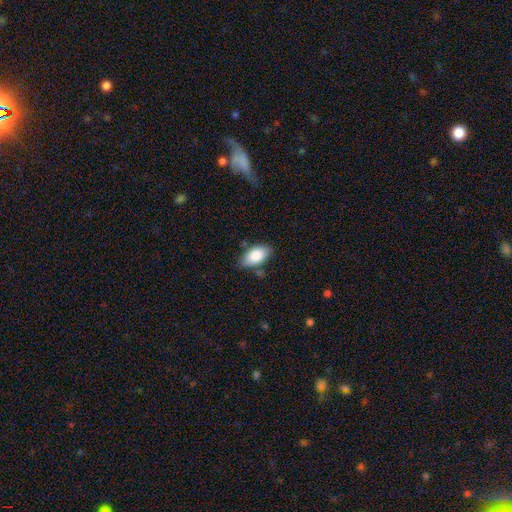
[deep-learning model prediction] Smooth or featured?
  - smooth: 84% *
  - featured or disk: 9%
  - star or artifact: 7%
How rounded?
  - in between: 94% *
  - round: 4%
  - cigar-shaped: 3%
Merging?
  - none: 76% *
  - minor disturbance: 17%
  - merger: 4%
  - major disturbance: 3%